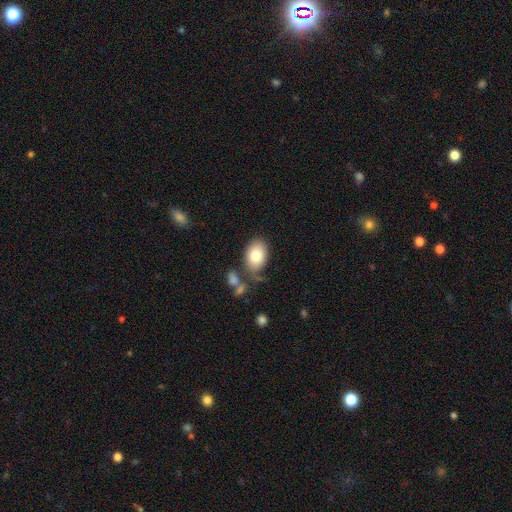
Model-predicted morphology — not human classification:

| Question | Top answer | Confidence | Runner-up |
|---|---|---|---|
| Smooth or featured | smooth | 81% | featured or disk (12%) |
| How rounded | in between | 85% | round (14%) |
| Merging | none | 68% | minor disturbance (18%) |